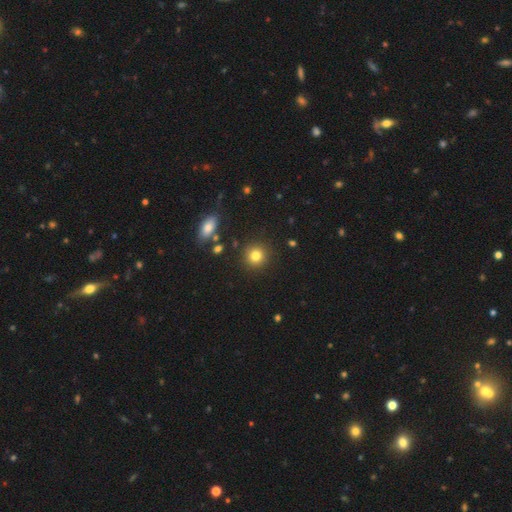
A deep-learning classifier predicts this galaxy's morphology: Smooth or featured? smooth (82%)
How rounded? round (91%)
Merging? none (89%)